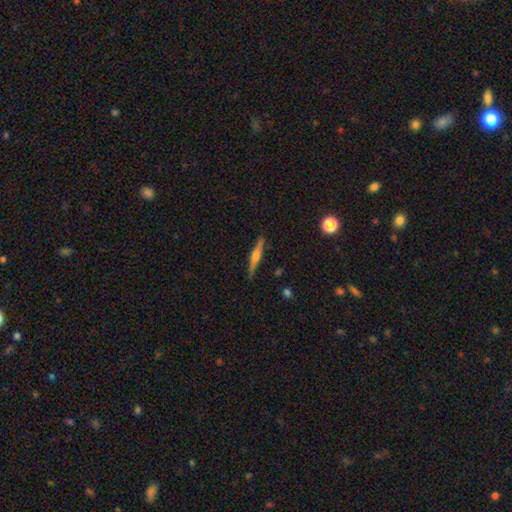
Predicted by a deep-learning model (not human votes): Smooth or featured?
  - featured or disk: 62% *
  - smooth: 31%
  - star or artifact: 7%
Edge-on disk?
  - yes: 97% *
  - no: 3%
Edge-on bulge?
  - rounded: 82% *
  - boxy: 10%
  - none: 8%
Merging?
  - none: 89% *
  - minor disturbance: 8%
  - major disturbance: 2%
  - merger: 1%